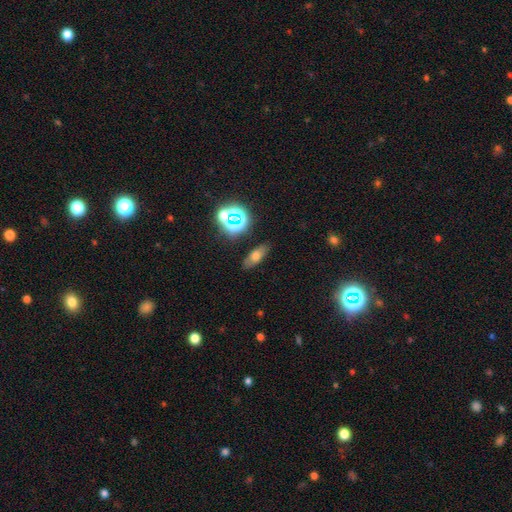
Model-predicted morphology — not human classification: smooth-or-featured: smooth: 61% | featured or disk: 20% | star or artifact: 19%
  how-rounded: in between: 64% | cigar-shaped: 26% | round: 10%
  merging: none: 83% | minor disturbance: 11% | major disturbance: 3% | merger: 3%